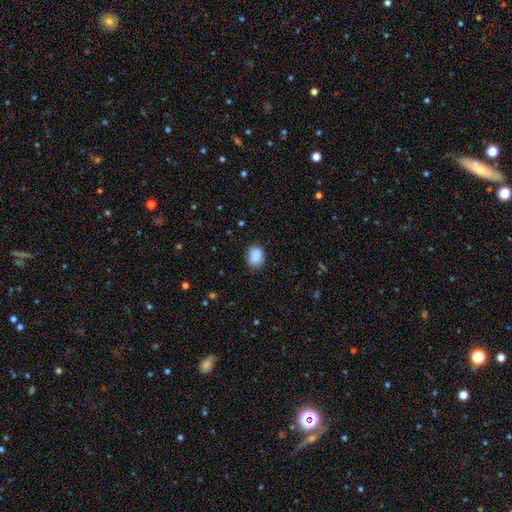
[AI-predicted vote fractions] Overall: smooth (89%). How rounded: in between (56%; round 43%). Merging: none (83%).